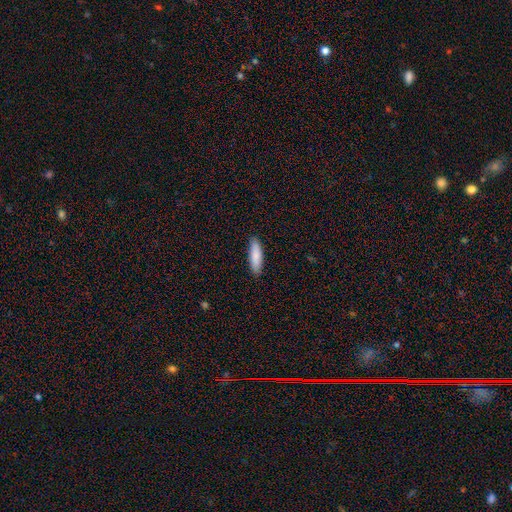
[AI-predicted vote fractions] Smooth or featured? Predicted: smooth (p=0.85). How rounded? Predicted: cigar-shaped (p=0.57). Merging? Predicted: none (p=0.88).